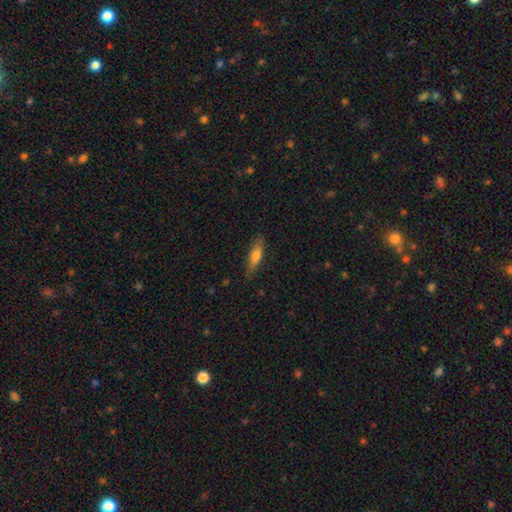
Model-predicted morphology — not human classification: type=smooth (70%); roundness=cigar-shaped (58%); merging=none (79%).